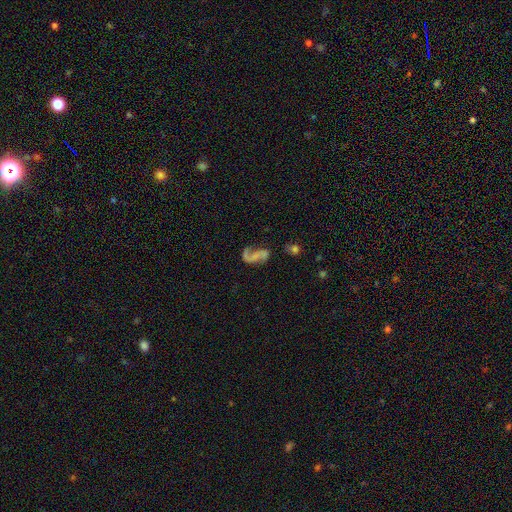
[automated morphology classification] A featured or disk galaxy (76%) with no bar (55%), 2 (74%) loose (72%) spiral arms (88%) and no central bulge (62%).

Vote fractions:
- Smooth or featured? featured or disk: 76% / smooth: 15% / star or artifact: 10%
- Edge-on disk? no: 97% / yes: 3%
- Bar? no: 55% / weak: 31% / strong: 15%
- Spiral arms? yes: 88% / no: 12%
- Spiral winding? loose: 72% / medium: 23% / tight: 6%
- Spiral arm count? 2: 74% / 1: 21% / can't tell: 2% / 3: 1% / 4: 1% / more than 4: 1%
- Bulge size? none: 62% / small: 25% / moderate: 9% / large: 3% / dominant: 2%
- Merging? none: 49% / major disturbance: 23% / minor disturbance: 18% / merger: 9%